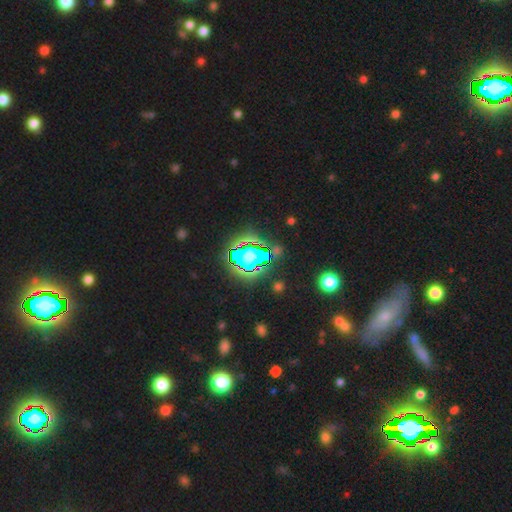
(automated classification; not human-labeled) Q: Smooth or featured?
A: star or artifact (77%); runner-up: smooth (14%)